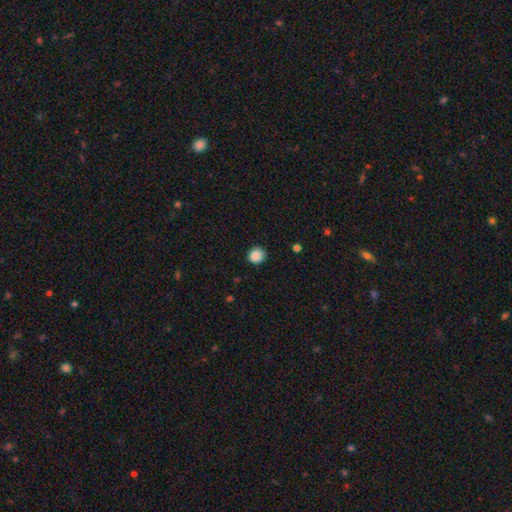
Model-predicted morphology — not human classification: This is clearly a smooth galaxy (88%). How rounded: clearly round (90%). Merging: clearly none (87%).